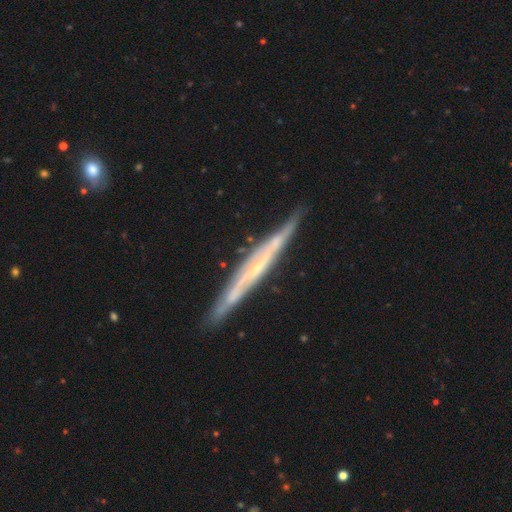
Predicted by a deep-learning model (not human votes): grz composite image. It shows a featured or disk galaxy (77%) viewed edge-on (92%) with no central bulge (60%). Merging: none (81%).